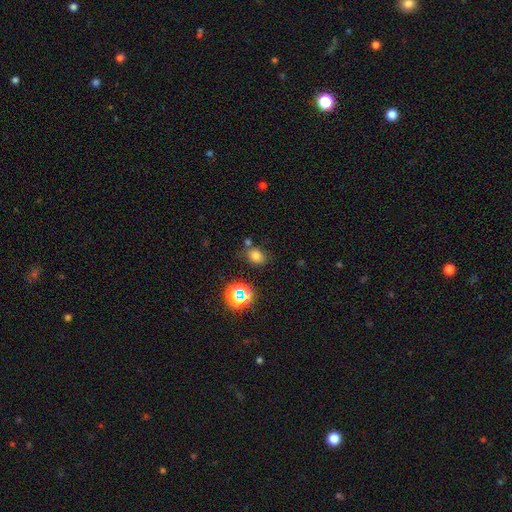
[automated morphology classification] Q: Smooth or featured?
A: smooth (70%); runner-up: star or artifact (21%)
Q: How rounded?
A: in between (53%); runner-up: round (46%)
Q: Merging?
A: none (71%); runner-up: minor disturbance (14%)